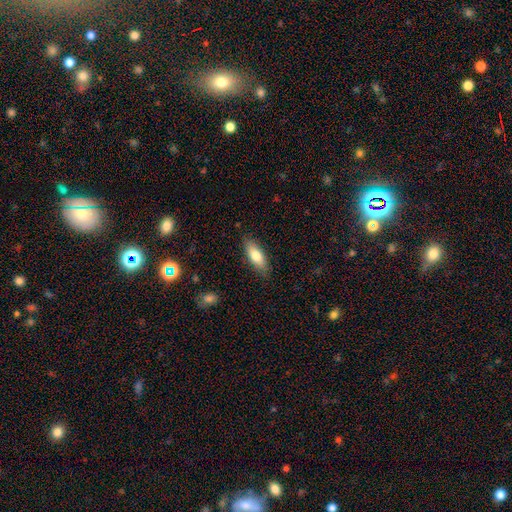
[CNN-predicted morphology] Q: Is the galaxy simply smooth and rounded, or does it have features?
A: smooth — 75%.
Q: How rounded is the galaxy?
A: in between — 68%.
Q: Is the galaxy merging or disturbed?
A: none — 85%.